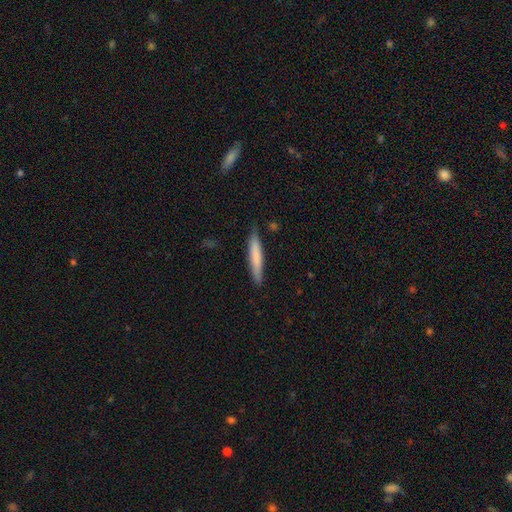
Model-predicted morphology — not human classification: Overall: smooth (73%). How rounded: cigar-shaped (93%). Merging: none (84%).